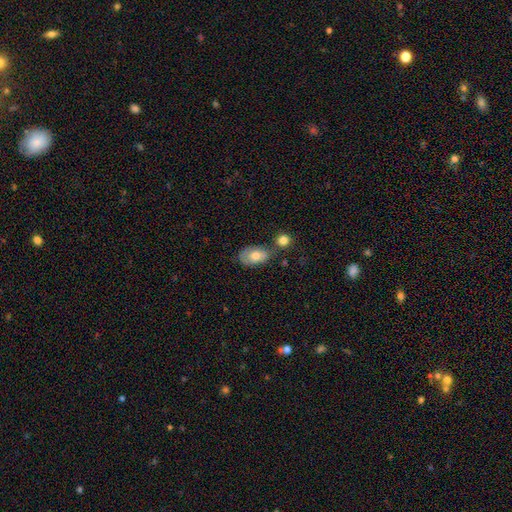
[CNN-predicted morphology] A smooth galaxy with no disk features (69%) that is in between round and cigar-shaped (89%).

Vote fractions:
- Smooth or featured? smooth: 69% / featured or disk: 24% / star or artifact: 7%
- How rounded? in between: 89% / round: 9% / cigar-shaped: 2%
- Merging? none: 49% / minor disturbance: 22% / merger: 22% / major disturbance: 8%